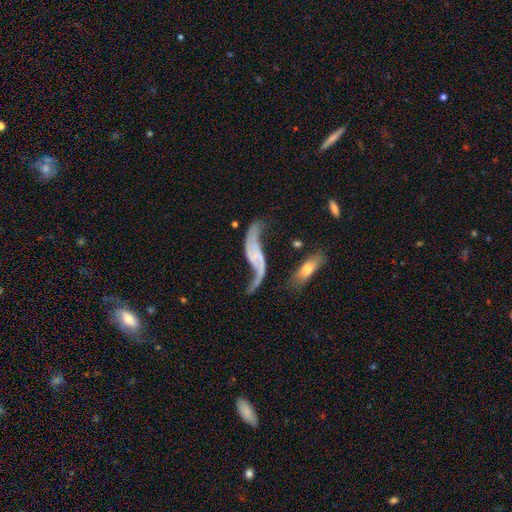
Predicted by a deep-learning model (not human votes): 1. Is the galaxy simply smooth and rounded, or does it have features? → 80% featured or disk, 13% smooth, 7% star or artifact.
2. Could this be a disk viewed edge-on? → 88% no, 12% yes.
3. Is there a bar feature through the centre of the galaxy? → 52% no, 30% weak, 18% strong.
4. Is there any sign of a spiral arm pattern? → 87% yes, 13% no.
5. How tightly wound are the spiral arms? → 91% loose, 7% medium, 3% tight.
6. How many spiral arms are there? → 88% 2, 6% 1, 2% can't tell, 1% 3, 1% 4, 1% more than 4.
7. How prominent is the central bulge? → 54% none, 35% small, 8% moderate, 2% large, 1% dominant.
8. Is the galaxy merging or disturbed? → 39% none, 27% major disturbance, 21% minor disturbance, 13% merger.